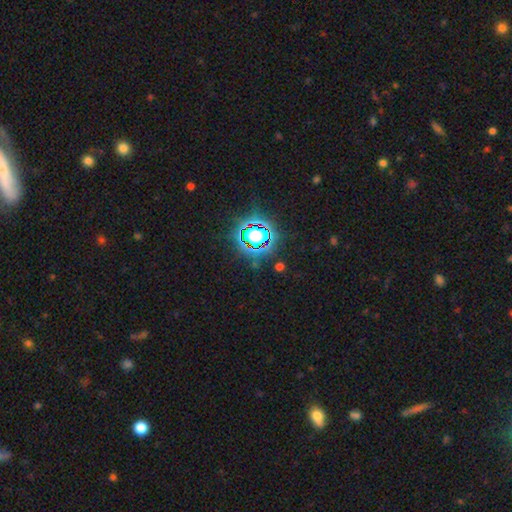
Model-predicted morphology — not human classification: Q: Smooth or featured?
A: star or artifact (78%); runner-up: smooth (14%)